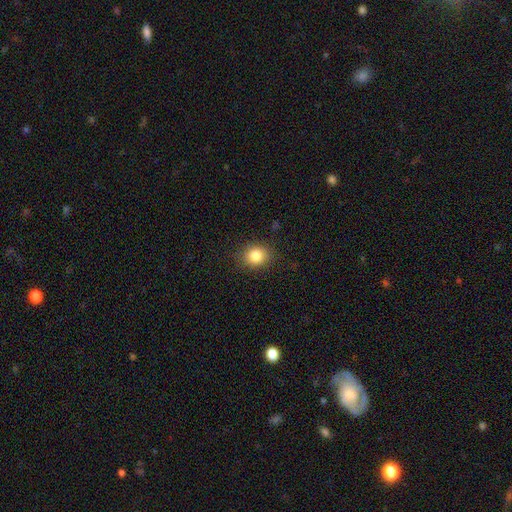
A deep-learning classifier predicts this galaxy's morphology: type=smooth (84%); roundness=round (63%); merging=none (86%).